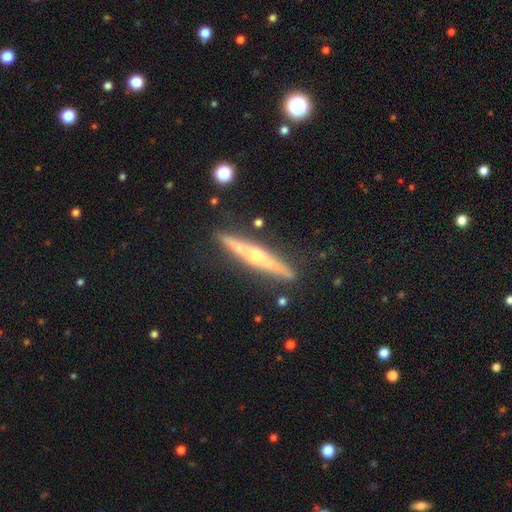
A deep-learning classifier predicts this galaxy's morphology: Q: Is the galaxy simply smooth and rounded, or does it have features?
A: featured or disk — 71%.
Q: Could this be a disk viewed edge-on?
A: yes — 96%.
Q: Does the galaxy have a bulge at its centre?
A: rounded — 63%.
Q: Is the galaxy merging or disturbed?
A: none — 85%.